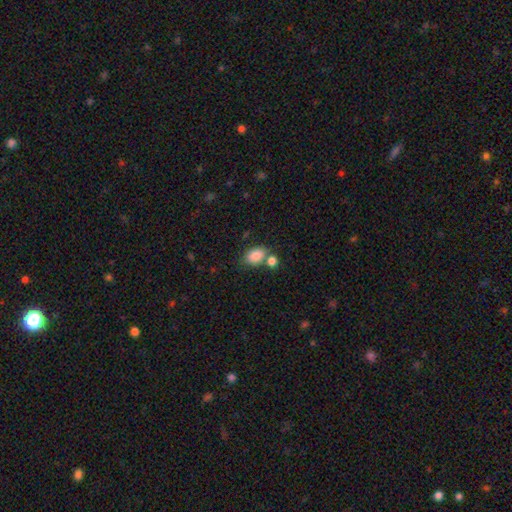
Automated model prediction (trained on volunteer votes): Q: Smooth or featured?
A: smooth (86%); runner-up: star or artifact (9%)
Q: How rounded?
A: in between (83%); runner-up: round (15%)
Q: Merging?
A: none (55%); runner-up: merger (27%)